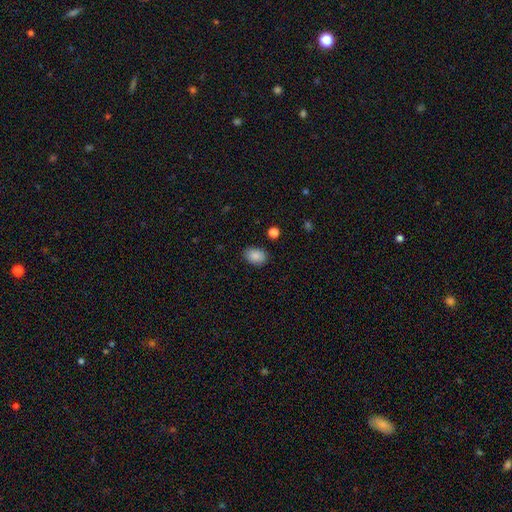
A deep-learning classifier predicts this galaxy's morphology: This appears to be a smooth galaxy with no disk features (88%) that is in between round and cigar-shaped (82%). Merging: none (85%).